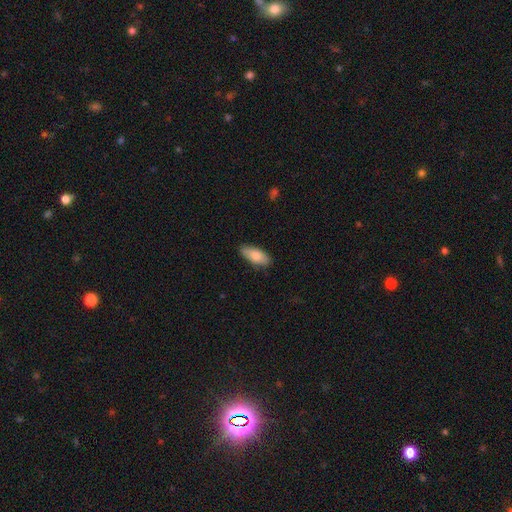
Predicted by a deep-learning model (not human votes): Morphology: type=smooth (81%); roundness=in between (83%); merging=none (82%).